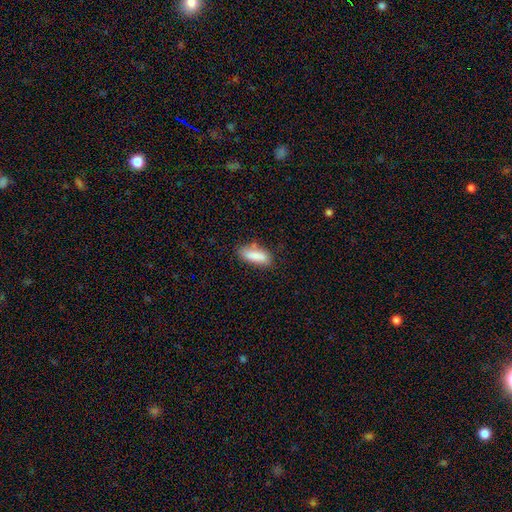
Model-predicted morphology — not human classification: Smooth or featured?
  - smooth: 85% *
  - featured or disk: 8%
  - star or artifact: 7%
How rounded?
  - in between: 65% *
  - cigar-shaped: 33%
  - round: 2%
Merging?
  - none: 70% *
  - minor disturbance: 20%
  - merger: 5%
  - major disturbance: 5%